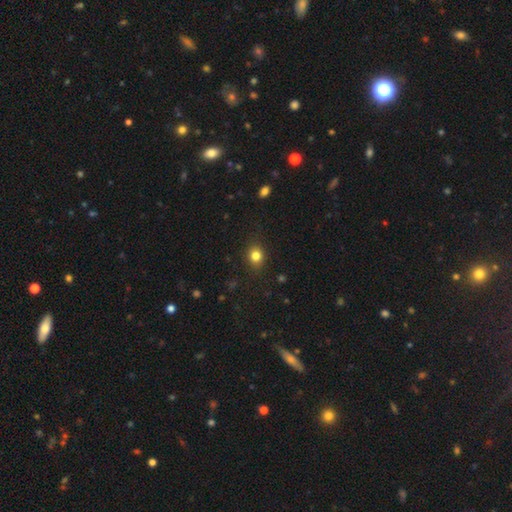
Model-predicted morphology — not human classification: Smooth or featured?
  - smooth: 82% *
  - star or artifact: 12%
  - featured or disk: 6%
How rounded?
  - round: 69% *
  - in between: 30%
  - cigar-shaped: 1%
Merging?
  - none: 86% *
  - minor disturbance: 10%
  - major disturbance: 3%
  - merger: 1%